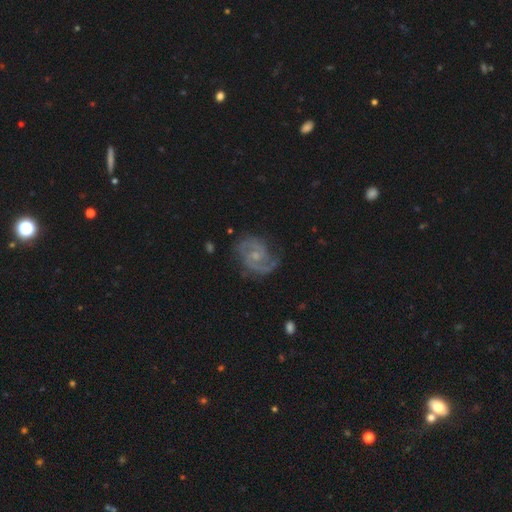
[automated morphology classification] Overall: featured or disk (90%). Edge-on disk: no (98%). Bar: no (56%; weak 38%). Spiral arms: yes (98%). Spiral arm count: 2 (87%). Spiral winding: medium (54%; tight 34%). Bulge size: small (61%; moderate 30%). Merging: none (74%).